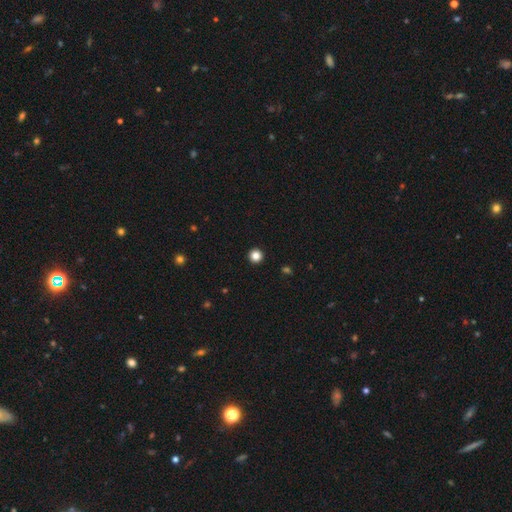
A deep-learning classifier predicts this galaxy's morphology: This is clearly a smooth galaxy (84%). How rounded: clearly round (96%). Merging: clearly none (94%).